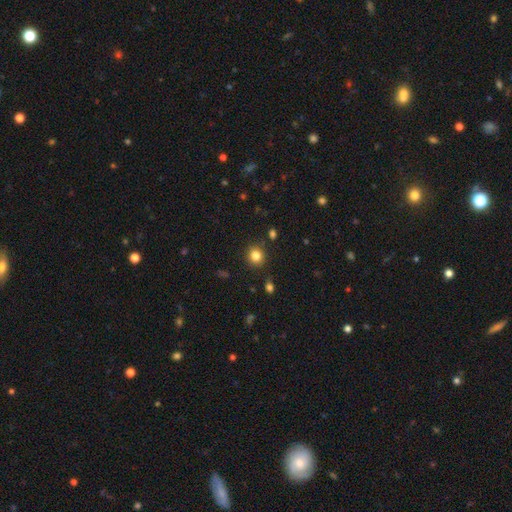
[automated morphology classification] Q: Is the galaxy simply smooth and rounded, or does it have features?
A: smooth — 82%.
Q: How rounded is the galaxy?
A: round — 87%.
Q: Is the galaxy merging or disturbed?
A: none — 88%.